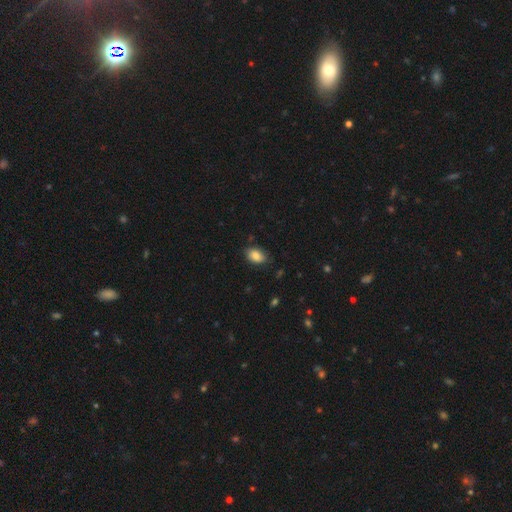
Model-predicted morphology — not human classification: smooth-or-featured: smooth: 85% | star or artifact: 8% | featured or disk: 7%
  how-rounded: in between: 88% | round: 11% | cigar-shaped: 1%
  merging: none: 80% | minor disturbance: 16% | major disturbance: 3% | merger: 1%